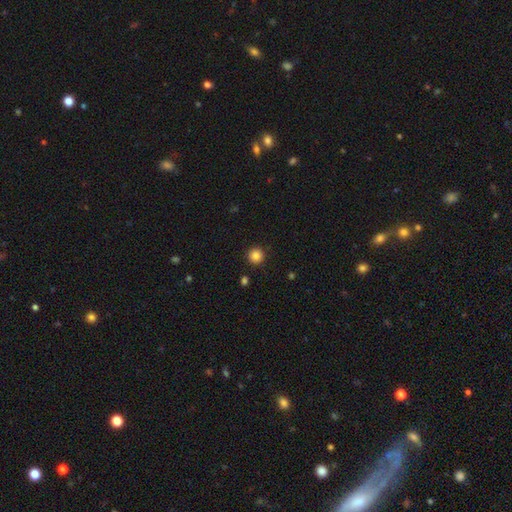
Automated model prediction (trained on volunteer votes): Morphology: type=smooth (86%); roundness=round (96%); merging=none (92%).